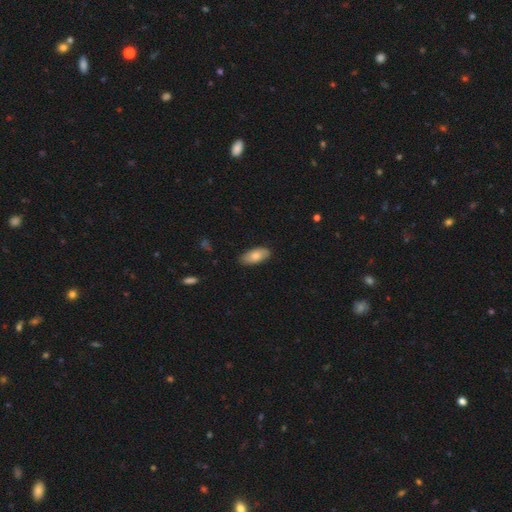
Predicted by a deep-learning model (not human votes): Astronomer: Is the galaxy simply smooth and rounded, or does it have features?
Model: smooth — 77%.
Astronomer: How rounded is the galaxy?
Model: in between — 89%.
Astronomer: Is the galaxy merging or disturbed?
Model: none — 85%.